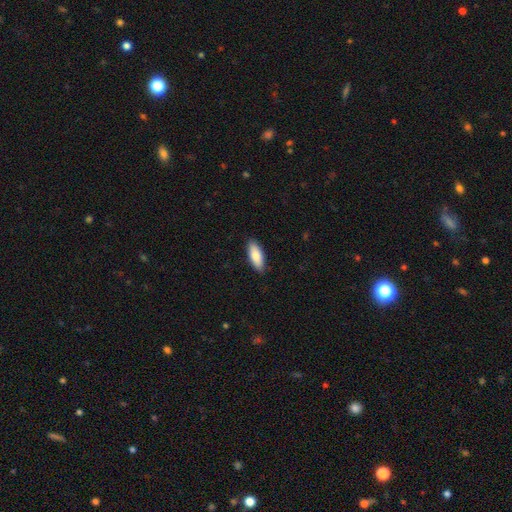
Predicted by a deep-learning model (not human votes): A smooth galaxy with no disk features (83%) that is in between round and cigar-shaped (75%).

Vote fractions:
- Smooth or featured? smooth: 83% / featured or disk: 11% / star or artifact: 6%
- How rounded? in between: 75% / cigar-shaped: 24% / round: 2%
- Merging? none: 88% / minor disturbance: 10% / major disturbance: 2% / merger: 1%